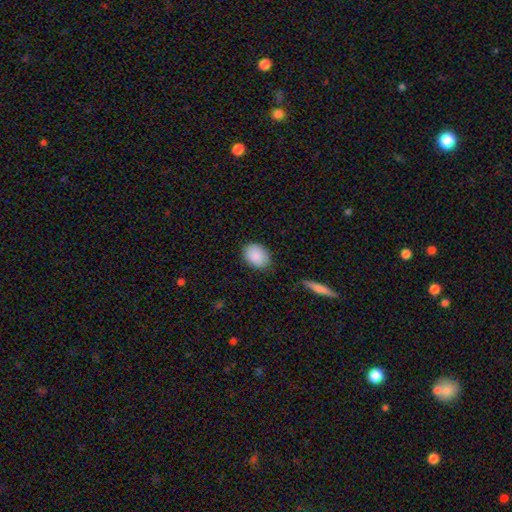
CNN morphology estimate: smooth_or_featured: smooth (p=0.88) [alt: star or artifact p=0.07]
how_rounded: in between (p=0.66) [alt: round p=0.33]
merging: none (p=0.83) [alt: minor disturbance p=0.13]